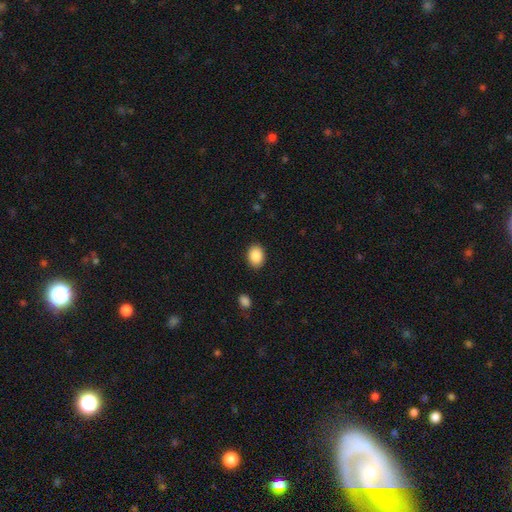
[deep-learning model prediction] Smooth or featured? Predicted: smooth (p=0.89). How rounded? Predicted: in between (p=0.69). Merging? Predicted: none (p=0.88).